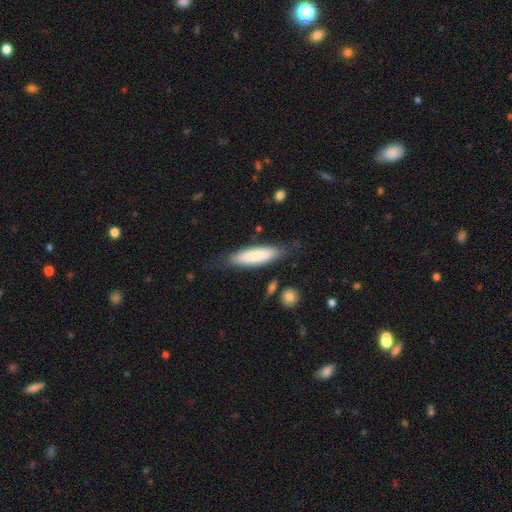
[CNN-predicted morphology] Overall: smooth (80%). How rounded: cigar-shaped (64%; in between 35%). Merging: none (78%).